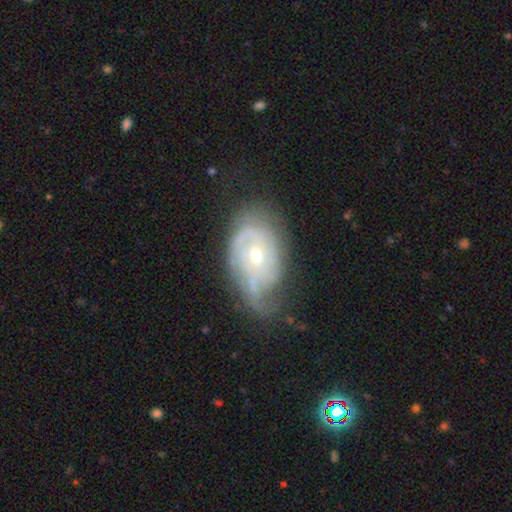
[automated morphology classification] This is clearly a featured or disk galaxy (82%). It is clearly not viewed edge-on (96%). Bar: likely no (69%). Spiral arm pattern: clearly yes (90%). Spiral arm count: marginally can't tell (33%). Spiral winding: possibly tight (59%). Central bulge: possibly moderate (57%). Merging: possibly none (49%).